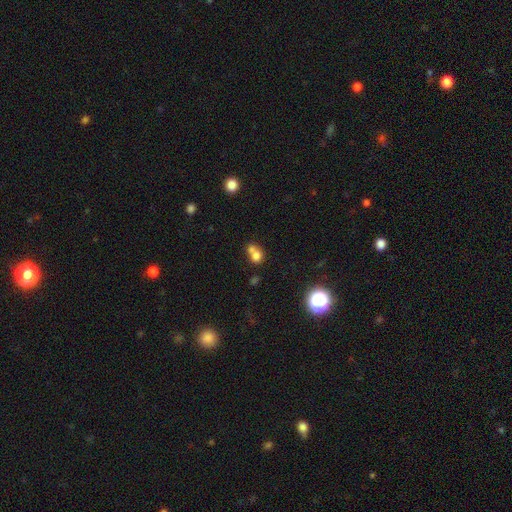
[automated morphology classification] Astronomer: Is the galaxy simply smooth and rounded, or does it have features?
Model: smooth — 72%.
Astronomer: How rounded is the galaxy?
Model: round — 68%.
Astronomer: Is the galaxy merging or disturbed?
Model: merger — 60%.